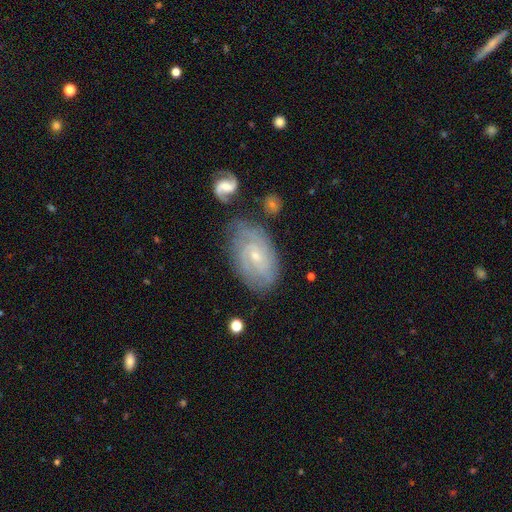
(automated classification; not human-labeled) A featured or disk galaxy (71%) with no bar (57%), tight (62%) spiral arms (87%) and a small central bulge (69%).

Vote fractions:
- Smooth or featured? featured or disk: 71% / smooth: 21% / star or artifact: 8%
- Edge-on disk? no: 95% / yes: 5%
- Bar? no: 57% / weak: 36% / strong: 7%
- Spiral arms? yes: 87% / no: 13%
- Spiral winding? tight: 62% / medium: 28% / loose: 10%
- Spiral arm count? can't tell: 47% / 2: 25% / 3: 12% / 4: 7% / 1: 4% / more than 4: 4%
- Bulge size? small: 69% / moderate: 28% / none: 2% / large: 1% / dominant: 1%
- Merging? none: 65% / minor disturbance: 21% / major disturbance: 7% / merger: 7%